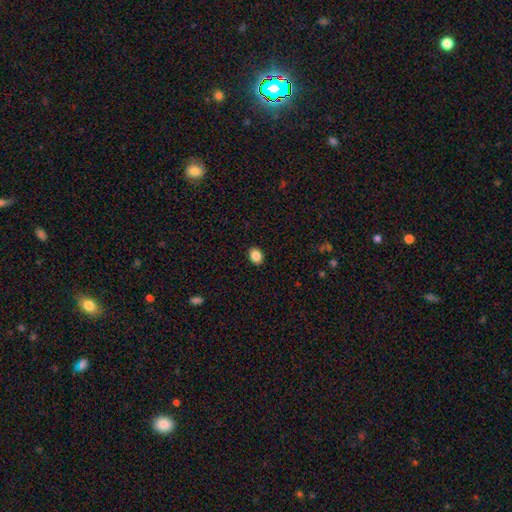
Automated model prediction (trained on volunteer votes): The model was most divided on "how rounded": in between: 61%, round: 38%, cigar-shaped: 1%. More confident: merging — none (90%); smooth or featured — smooth (87%).